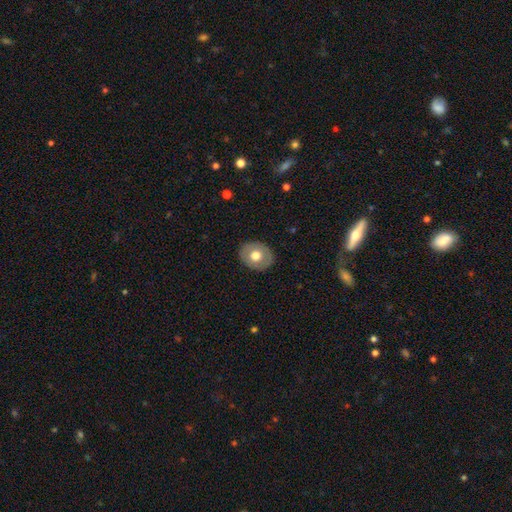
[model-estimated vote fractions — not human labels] Smooth or featured?
  - smooth: 63% *
  - featured or disk: 30%
  - star or artifact: 7%
How rounded?
  - round: 57% *
  - in between: 42%
  - cigar-shaped: 1%
Merging?
  - none: 87% *
  - minor disturbance: 9%
  - major disturbance: 2%
  - merger: 1%